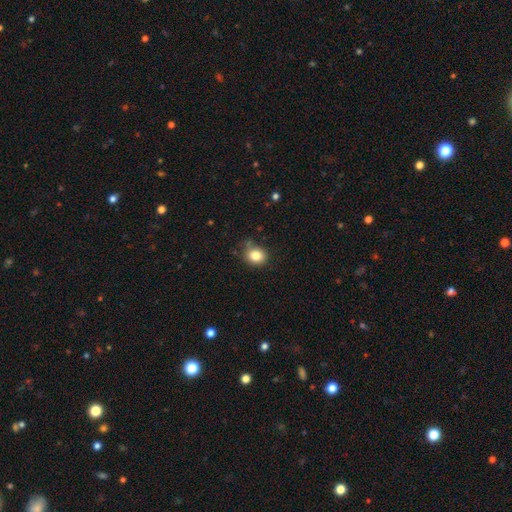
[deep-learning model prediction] A smooth galaxy with no disk features (83%) that is round (68%).

Vote fractions:
- Smooth or featured? smooth: 83% / star or artifact: 11% / featured or disk: 6%
- How rounded? round: 68% / in between: 31% / cigar-shaped: 1%
- Merging? none: 75% / minor disturbance: 17% / major disturbance: 4% / merger: 3%